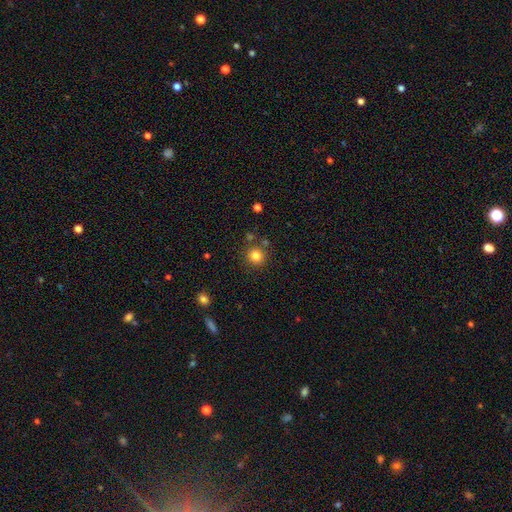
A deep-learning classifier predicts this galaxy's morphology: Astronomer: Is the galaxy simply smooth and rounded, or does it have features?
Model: smooth — 81%.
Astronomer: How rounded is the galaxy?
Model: round — 91%.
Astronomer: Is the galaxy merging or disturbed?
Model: none — 82%.